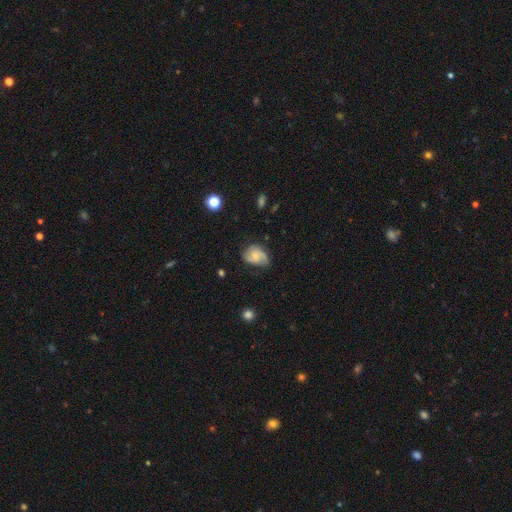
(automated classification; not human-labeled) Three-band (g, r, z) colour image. It shows a featured or disk galaxy (60%) with no bar (63%), 2 (69%) medium (44%) spiral arms (90%) and a small central bulge (52%). Merging: none (58%).